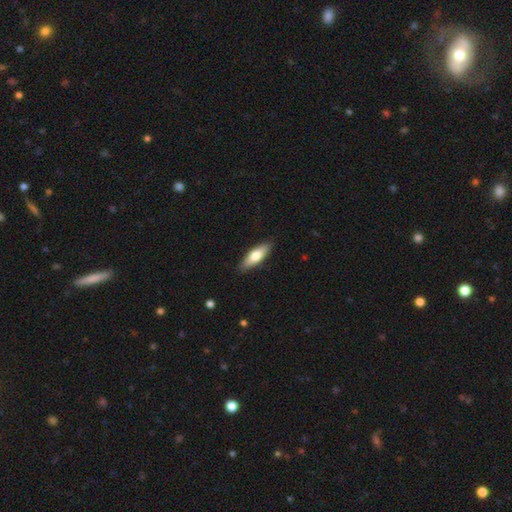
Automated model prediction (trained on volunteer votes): The model was most divided on "how rounded": in between: 50%, cigar-shaped: 48%, round: 2%. More confident: merging — none (89%); smooth or featured — smooth (65%).